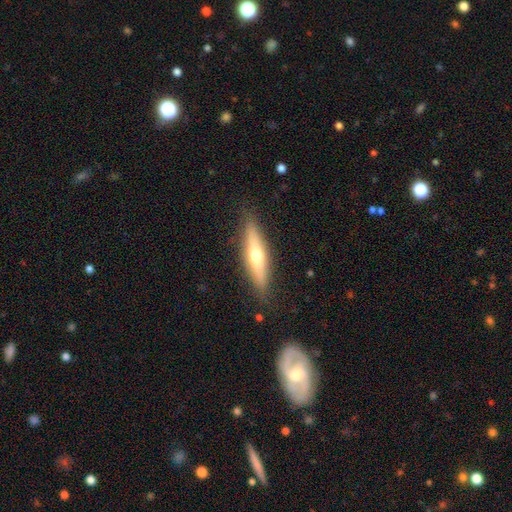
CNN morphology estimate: Overall: featured or disk (49%; smooth 45%). Merging: none (87%).